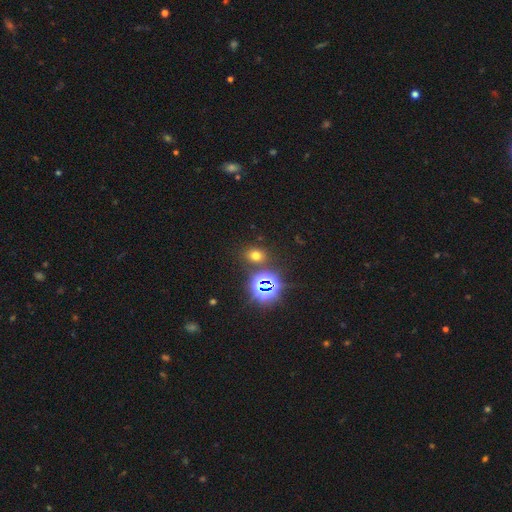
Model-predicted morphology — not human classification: The model was most divided on "how rounded": round: 50%, in between: 49%, cigar-shaped: 1%. More confident: merging — none (82%); smooth or featured — smooth (59%).